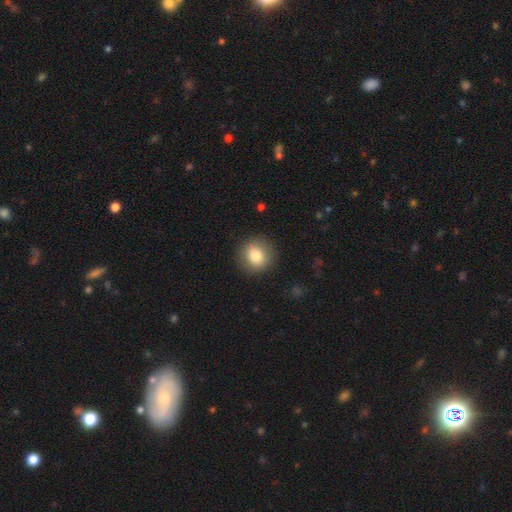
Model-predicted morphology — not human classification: Q: Smooth or featured?
A: smooth (80%); runner-up: featured or disk (12%)
Q: How rounded?
A: round (89%); runner-up: in between (10%)
Q: Merging?
A: none (88%); runner-up: minor disturbance (8%)